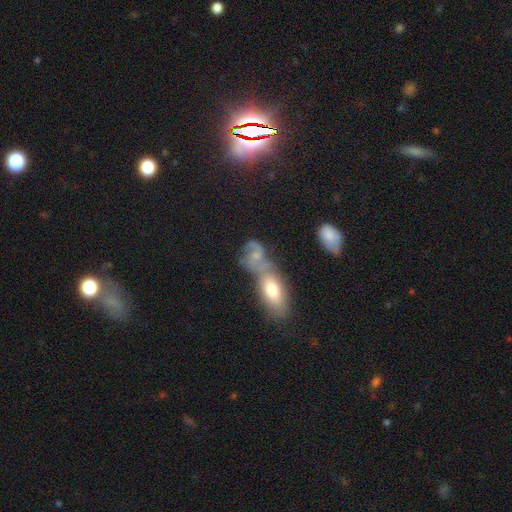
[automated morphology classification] smooth-or-featured: featured or disk: 47% | smooth: 42% | star or artifact: 11%
  merging: merger: 59% | none: 21% | minor disturbance: 11% | major disturbance: 10%